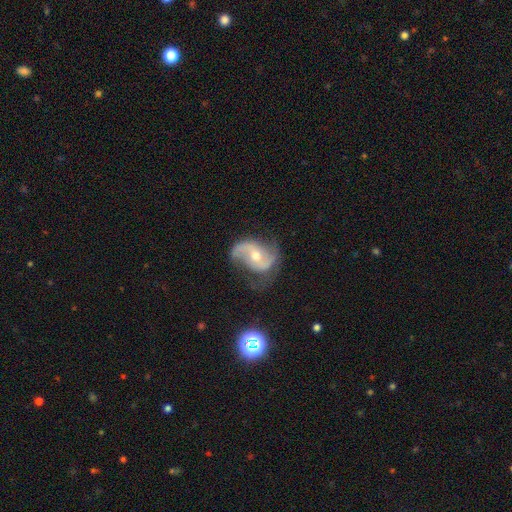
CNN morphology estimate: Overall: featured or disk (83%). Edge-on disk: no (97%). Bar: no (48%; weak 39%). Spiral arms: yes (94%). Spiral arm count: 2 (87%). Spiral winding: loose (49%; medium 39%). Bulge size: moderate (65%; small 30%). Merging: none (58%; minor disturbance 25%).